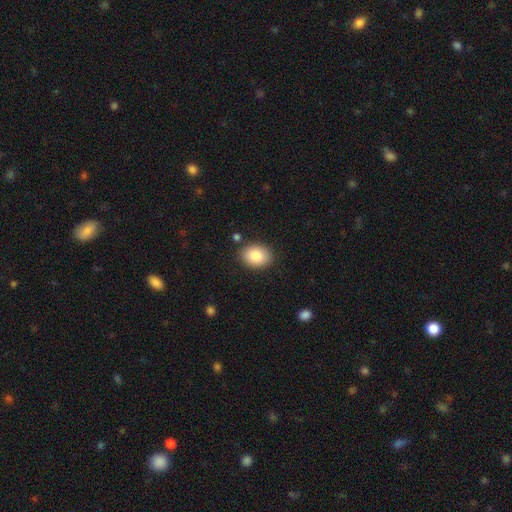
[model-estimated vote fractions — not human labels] This is clearly a smooth galaxy (86%). How rounded: likely in between (71%). Merging: clearly none (86%).